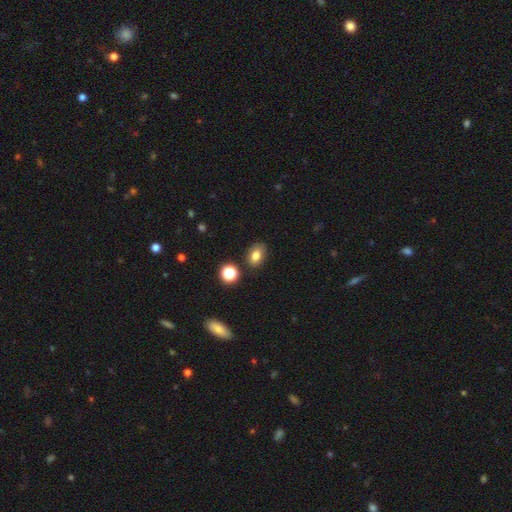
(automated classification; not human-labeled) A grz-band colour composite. It shows a smooth galaxy with no disk features (79%) that is in between round and cigar-shaped (77%). Merging: none (80%).